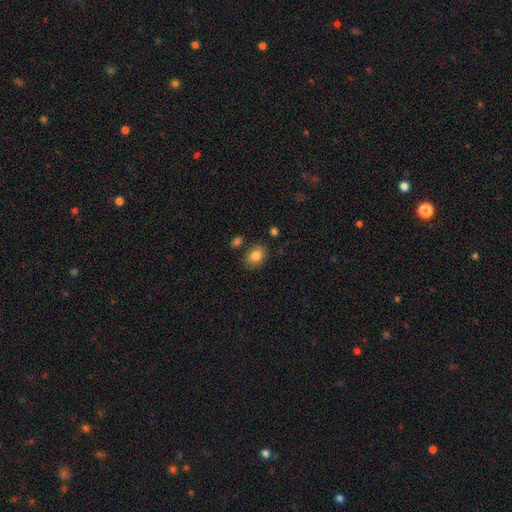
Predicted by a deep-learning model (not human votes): Smooth or featured?
  - smooth: 81% *
  - featured or disk: 10%
  - star or artifact: 9%
How rounded?
  - in between: 62% *
  - round: 37%
  - cigar-shaped: 1%
Merging?
  - none: 79% *
  - minor disturbance: 13%
  - merger: 5%
  - major disturbance: 3%